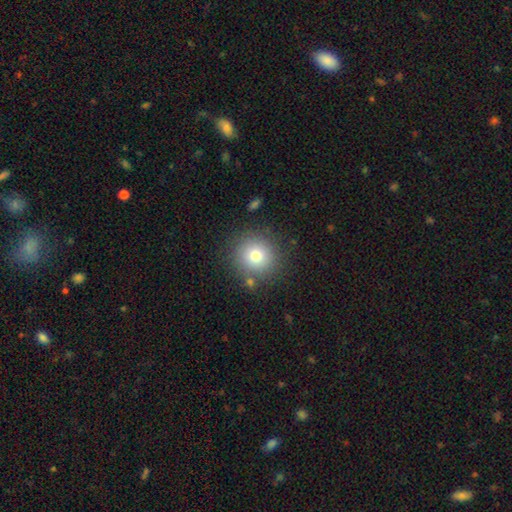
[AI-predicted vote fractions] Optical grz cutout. It shows a smooth galaxy with no disk features (76%) that is round (93%). Merging: none (84%).